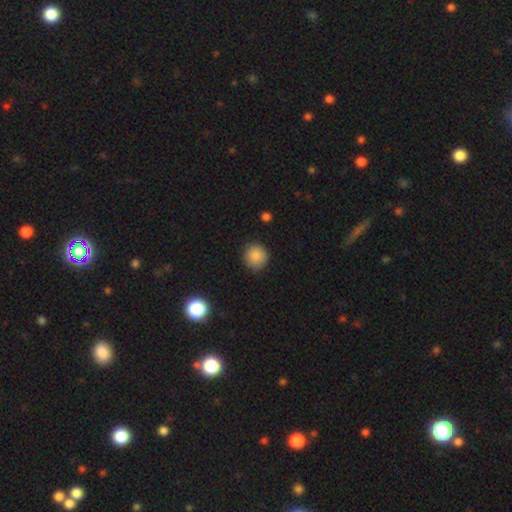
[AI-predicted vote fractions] This is clearly a smooth galaxy (87%). How rounded: clearly round (92%). Merging: clearly none (88%).